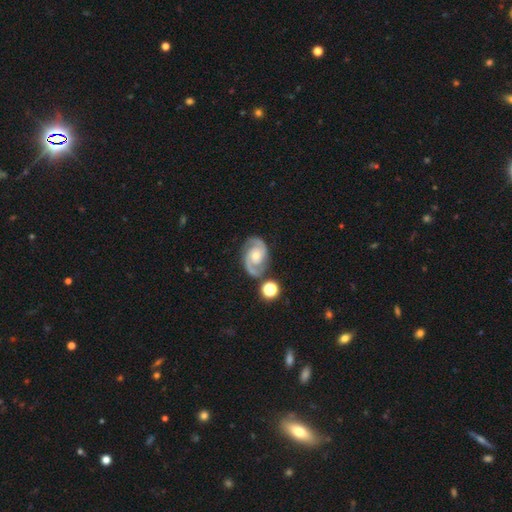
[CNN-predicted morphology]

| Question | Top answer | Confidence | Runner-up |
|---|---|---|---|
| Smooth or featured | featured or disk | 90% | star or artifact (5%) |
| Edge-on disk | no | 98% | yes (2%) |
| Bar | no | 62% | weak (29%) |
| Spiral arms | yes | 98% | no (2%) |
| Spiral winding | medium | 55% | tight (34%) |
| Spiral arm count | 2 | 94% | can't tell (2%) |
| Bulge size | moderate | 56% | small (35%) |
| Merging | none | 78% | minor disturbance (13%) |